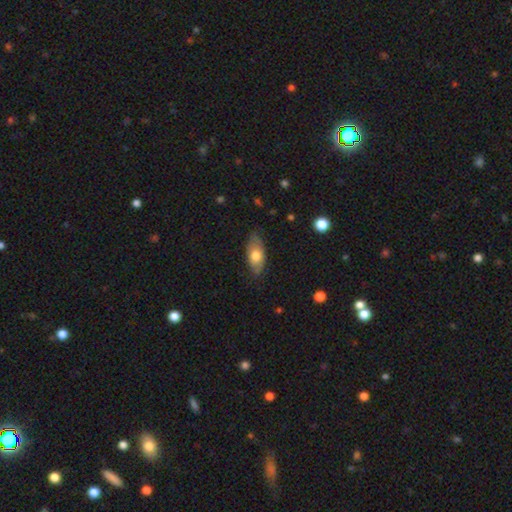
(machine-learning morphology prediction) smooth 65%, featured or disk 29%, star or artifact 6%. Down the decision tree: how rounded — in between (88%); merging — none (73%).